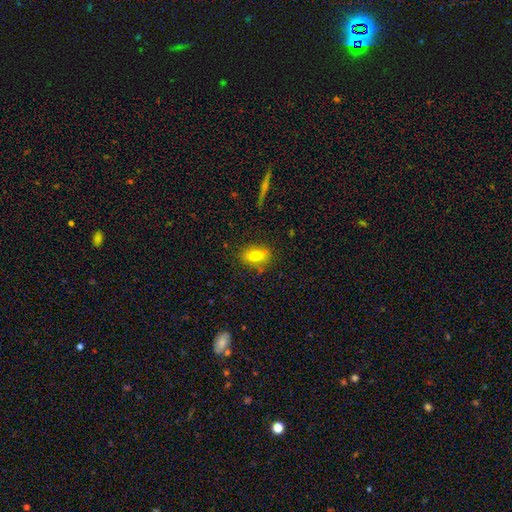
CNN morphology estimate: Smooth or featured: smooth — 76% (featured or disk — 15%)
How rounded: in between — 81% (round — 13%)
Merging: none — 80% (minor disturbance — 14%)